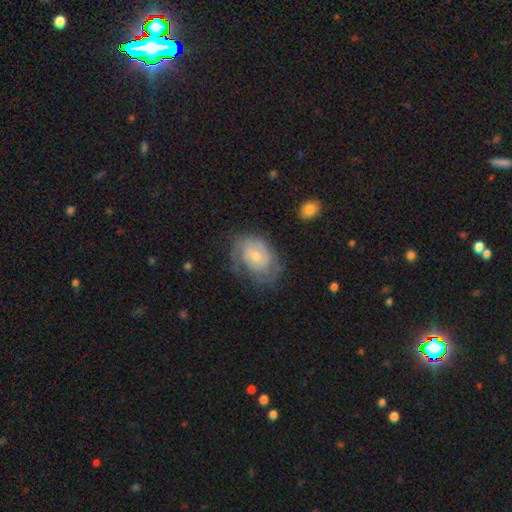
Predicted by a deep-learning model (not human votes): This appears to be a featured or disk galaxy (68%) with no bar (66%), tight (58%) spiral arms (84%) and a small central bulge (54%). Merging: none (59%).